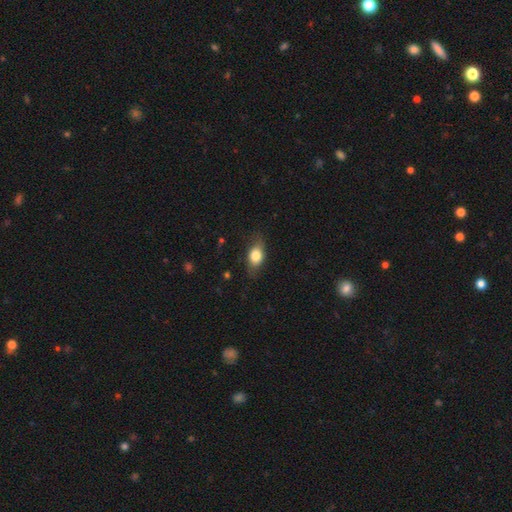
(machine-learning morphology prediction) This is likely a smooth galaxy (75%). How rounded: likely in between (78%). Merging: likely none (75%).